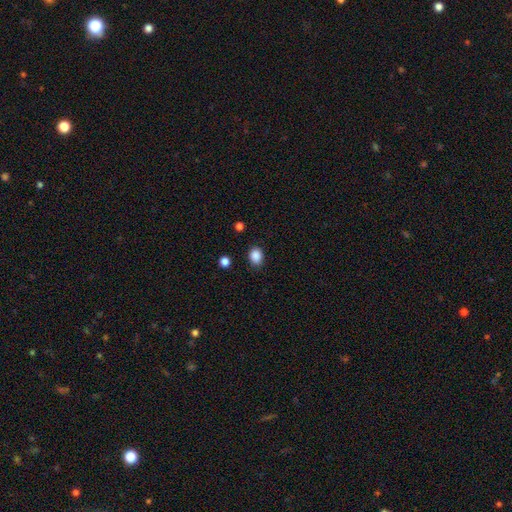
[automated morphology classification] type=smooth (87%); roundness=in between (50%); merging=none (85%).